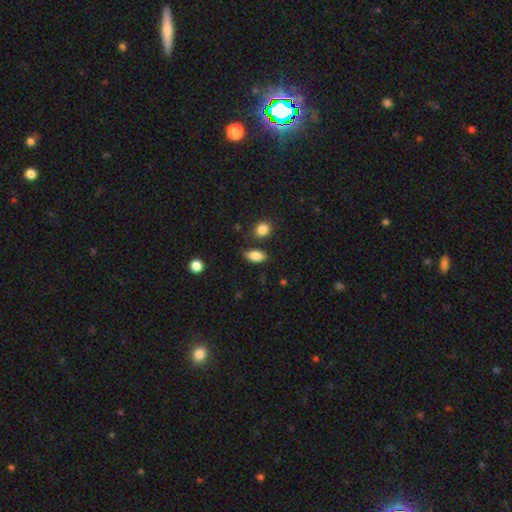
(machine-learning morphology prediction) Smooth or featured?
  - smooth: 84% *
  - star or artifact: 8%
  - featured or disk: 8%
How rounded?
  - in between: 88% *
  - round: 7%
  - cigar-shaped: 5%
Merging?
  - none: 75% *
  - minor disturbance: 16%
  - merger: 5%
  - major disturbance: 4%